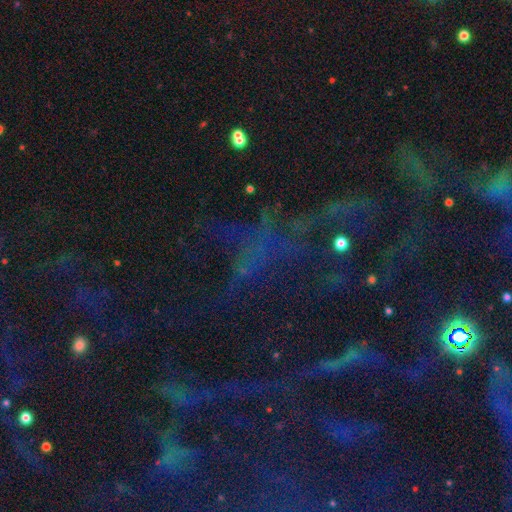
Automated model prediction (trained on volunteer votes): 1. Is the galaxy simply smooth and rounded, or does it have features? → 80% star or artifact, 11% smooth, 9% featured or disk.